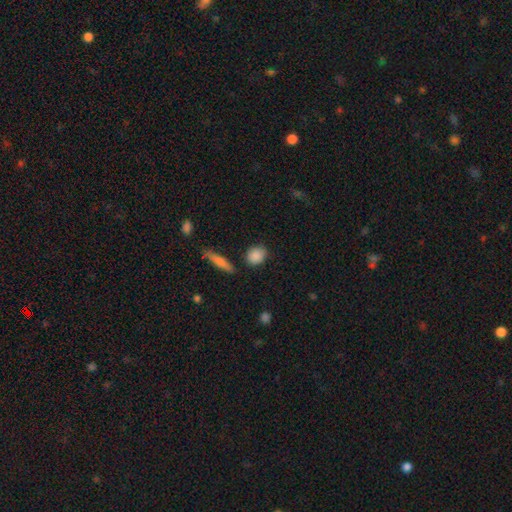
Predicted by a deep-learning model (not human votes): Smooth or featured? smooth (87%)
How rounded? round (57%)
Merging? none (83%)